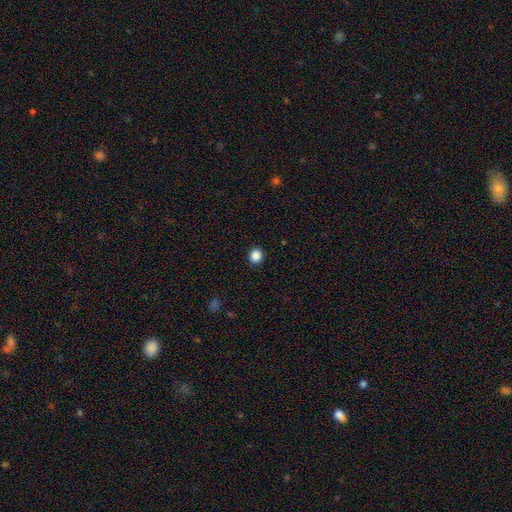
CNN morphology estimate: This appears to be a smooth galaxy with no disk features (87%) that is round (78%). Merging: none (91%).